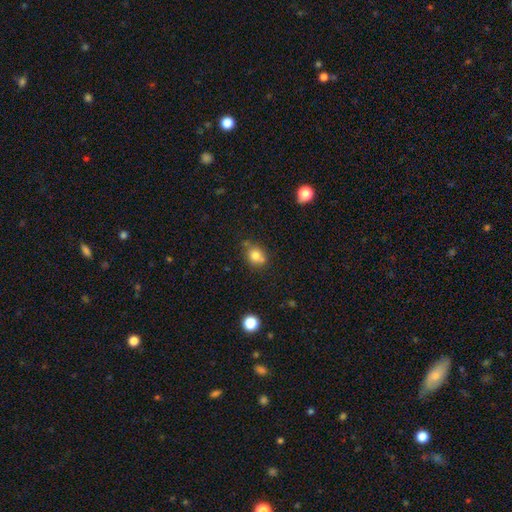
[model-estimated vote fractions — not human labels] A smooth galaxy with no disk features (78%) that is round (67%).

Vote fractions:
- Smooth or featured? smooth: 78% / star or artifact: 12% / featured or disk: 10%
- How rounded? round: 67% / in between: 32% / cigar-shaped: 1%
- Merging? none: 58% / minor disturbance: 19% / merger: 18% / major disturbance: 5%